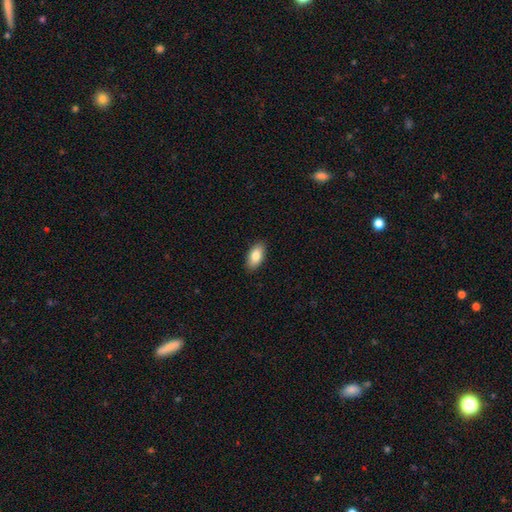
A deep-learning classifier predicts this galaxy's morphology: smooth_or_featured: smooth (p=0.83) [alt: featured or disk p=0.10]
how_rounded: in between (p=0.92) [alt: cigar-shaped p=0.04]
merging: none (p=0.89) [alt: minor disturbance p=0.08]